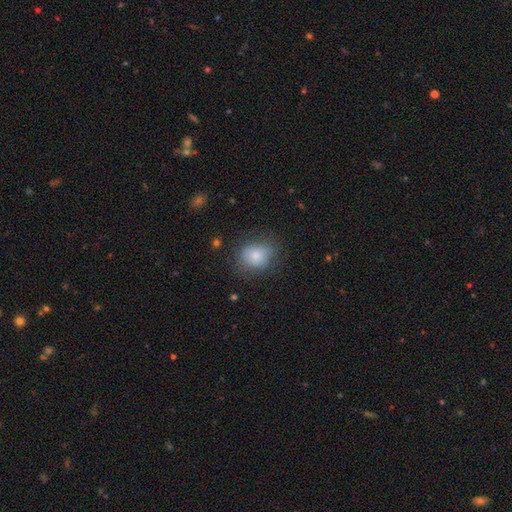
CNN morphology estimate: Smooth or featured?
  - smooth: 79% *
  - featured or disk: 12%
  - star or artifact: 9%
How rounded?
  - round: 56% *
  - in between: 43%
  - cigar-shaped: 1%
Merging?
  - none: 66% *
  - minor disturbance: 23%
  - major disturbance: 9%
  - merger: 2%